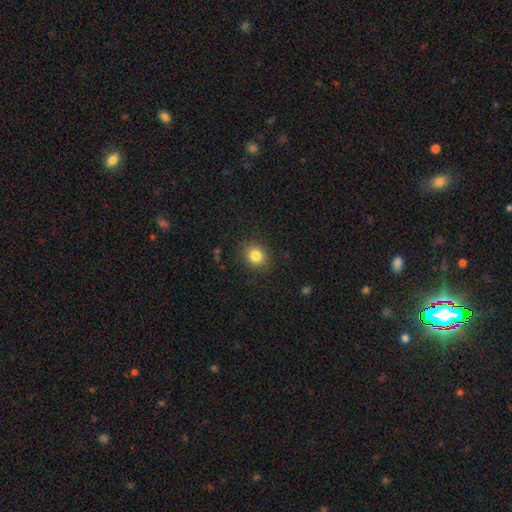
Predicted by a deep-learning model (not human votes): smooth-or-featured: smooth: 83% | star or artifact: 11% | featured or disk: 6%
  how-rounded: round: 63% | in between: 36% | cigar-shaped: 1%
  merging: none: 87% | minor disturbance: 9% | major disturbance: 3% | merger: 1%